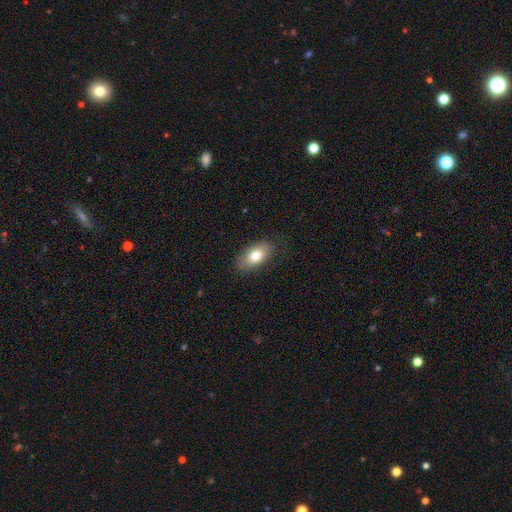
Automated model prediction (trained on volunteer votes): This is likely a smooth galaxy (77%). How rounded: clearly in between (91%). Merging: clearly none (83%).